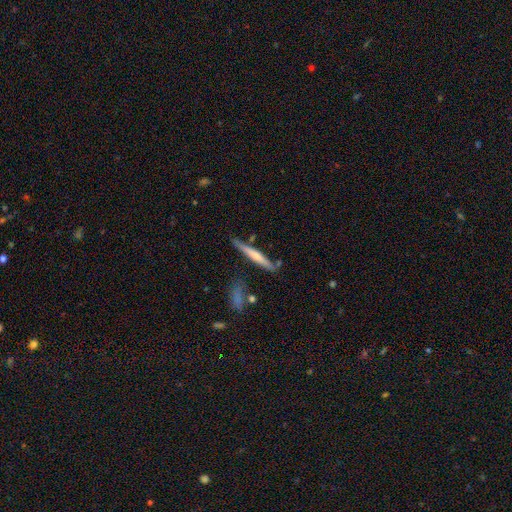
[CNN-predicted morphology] Smooth or featured? smooth (49%)
Merging? none (77%)